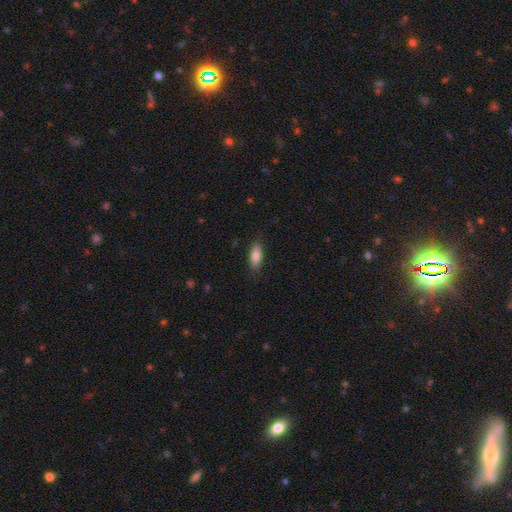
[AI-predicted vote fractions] Morphology: type=smooth (81%); roundness=in between (73%); merging=none (86%).